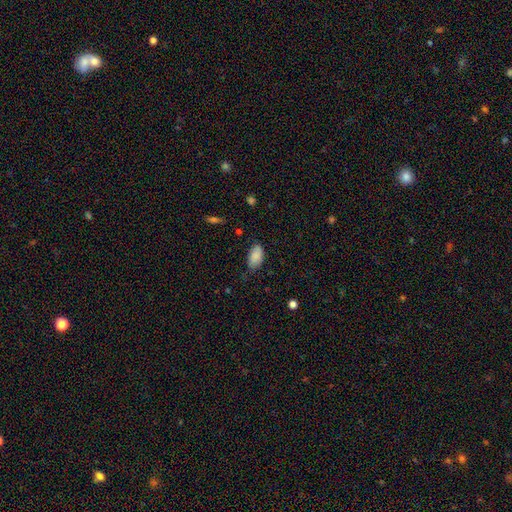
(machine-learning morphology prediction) This appears to be a smooth galaxy with no disk features (87%) that is in between round and cigar-shaped (94%). Merging: none (65%).